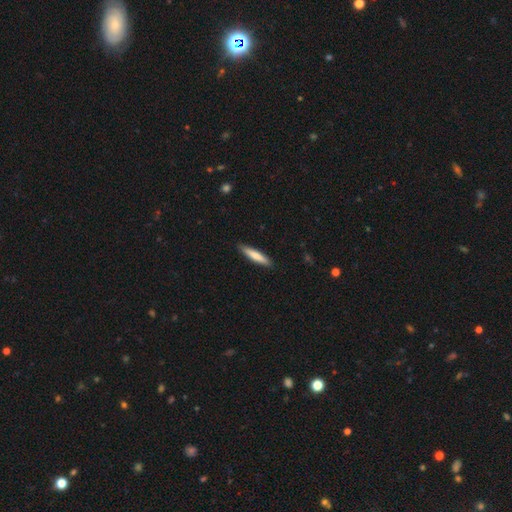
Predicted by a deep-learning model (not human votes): Smooth or featured? Predicted: smooth (p=0.74). How rounded? Predicted: cigar-shaped (p=0.88). Merging? Predicted: none (p=0.90).